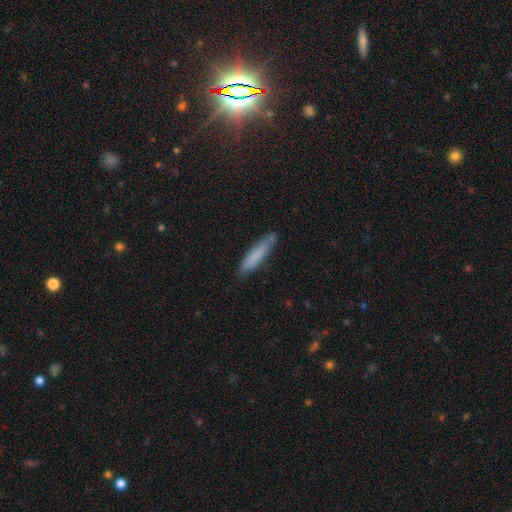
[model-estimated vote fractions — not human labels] Smooth or featured?
  - smooth: 77% *
  - featured or disk: 16%
  - star or artifact: 6%
How rounded?
  - cigar-shaped: 87% *
  - in between: 12%
  - round: 1%
Merging?
  - none: 78% *
  - minor disturbance: 17%
  - major disturbance: 3%
  - merger: 3%